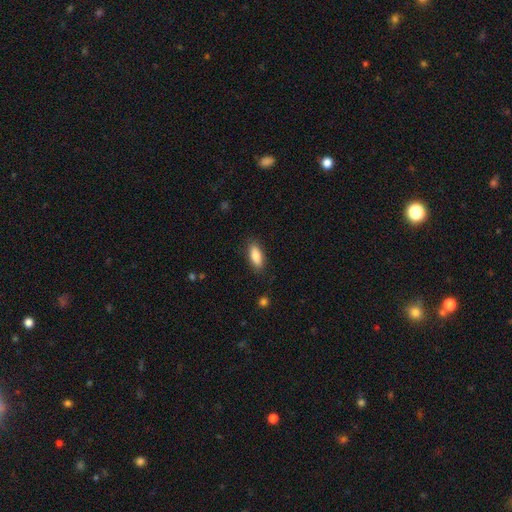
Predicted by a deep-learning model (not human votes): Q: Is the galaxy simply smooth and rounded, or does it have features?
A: smooth — 84%.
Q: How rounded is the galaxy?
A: in between — 81%.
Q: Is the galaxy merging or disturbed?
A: none — 85%.